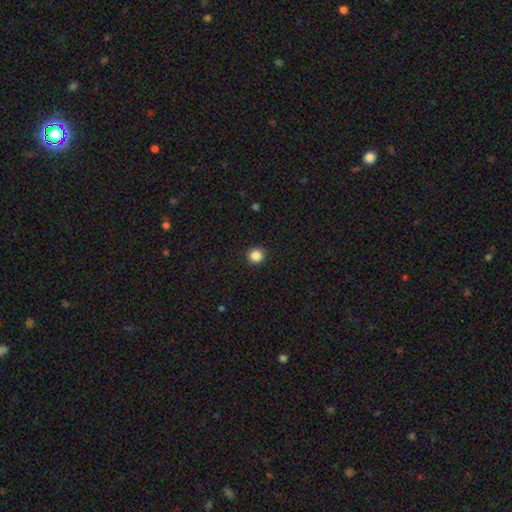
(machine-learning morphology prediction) type=smooth (86%); roundness=round (95%); merging=none (93%).